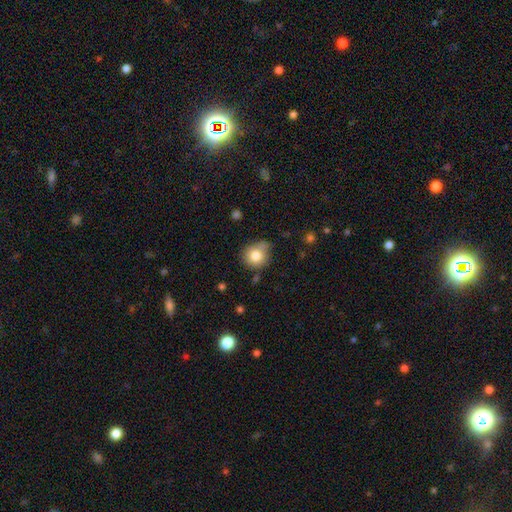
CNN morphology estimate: type=smooth (80%); roundness=round (86%); merging=none (63%).